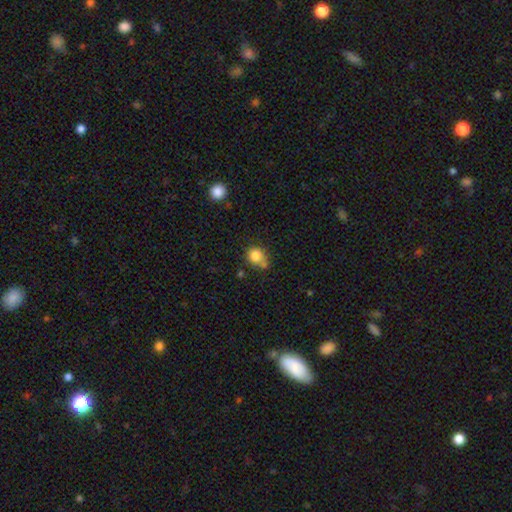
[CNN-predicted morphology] Smooth or featured? smooth (82%)
How rounded? round (75%)
Merging? none (49%)